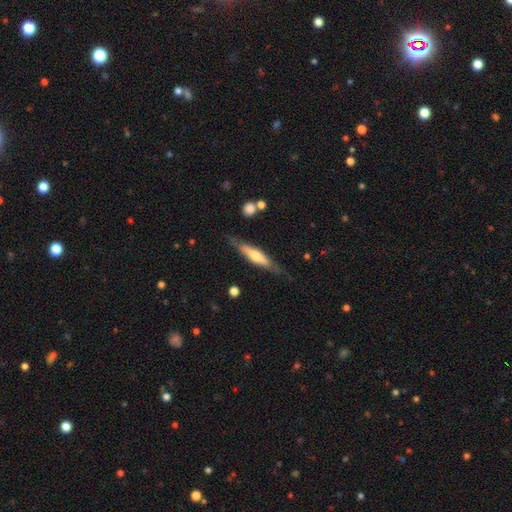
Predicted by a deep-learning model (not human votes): smooth-or-featured: featured or disk: 53% | smooth: 42% | star or artifact: 5%
  disk-edge-on: yes: 85% | no: 15%
  merging: none: 74% | minor disturbance: 18% | major disturbance: 5% | merger: 3%